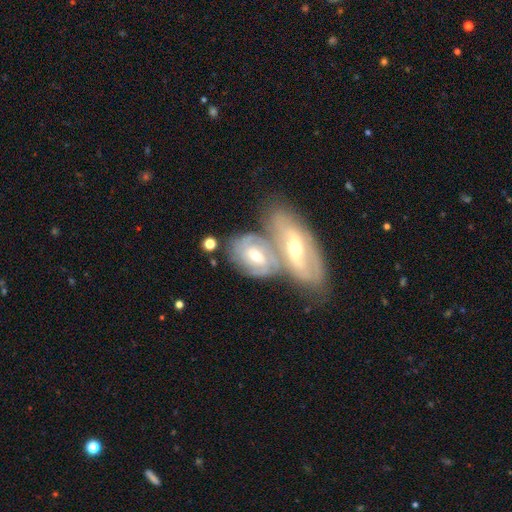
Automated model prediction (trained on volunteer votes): smooth_or_featured: featured or disk (p=0.75) [alt: smooth p=0.20]
disk_edge_on: no (p=0.92) [alt: yes p=0.08]
bar: weak (p=0.46) [alt: no p=0.34]
has_spiral_arms: yes (p=0.87) [alt: no p=0.13]
spiral_winding: tight (p=0.55) [alt: medium p=0.34]
spiral_arm_count: can't tell (p=0.36) [alt: 2 p=0.33]
bulge_size: moderate (p=0.62) [alt: small p=0.32]
merging: merger (p=0.59) [alt: none p=0.27]